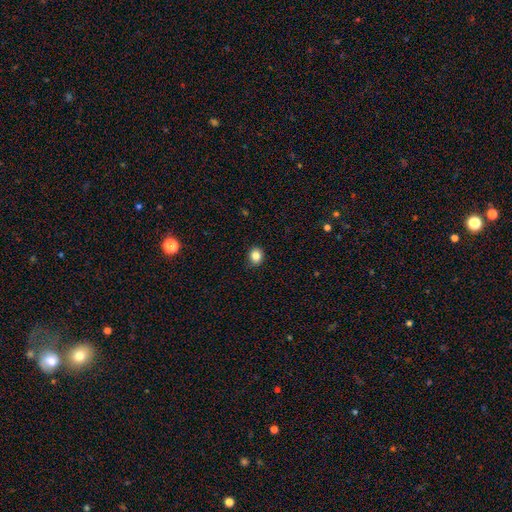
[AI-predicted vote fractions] Smooth or featured?
  - smooth: 84% *
  - star or artifact: 11%
  - featured or disk: 5%
How rounded?
  - round: 78% *
  - in between: 21%
  - cigar-shaped: 1%
Merging?
  - none: 88% *
  - minor disturbance: 9%
  - major disturbance: 2%
  - merger: 1%